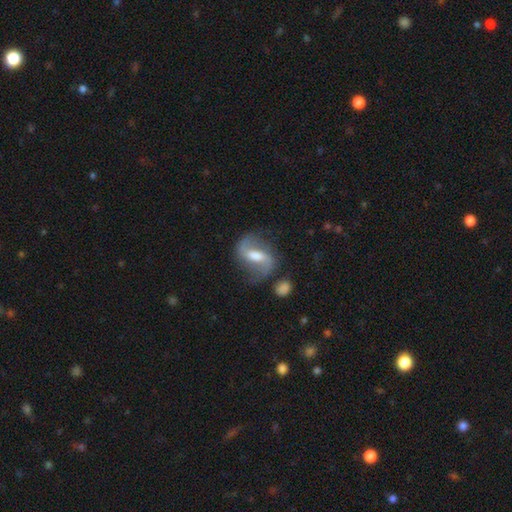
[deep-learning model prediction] Smooth or featured: featured or disk — 82% (smooth — 12%)
Edge-on disk: no — 96% (yes — 4%)
Bar: weak — 48% (strong — 36%)
Spiral arms: yes — 94% (no — 6%)
Spiral winding: loose — 57% (medium — 36%)
Spiral arm count: 2 — 92% (can't tell — 3%)
Bulge size: moderate — 54% (large — 19%)
Merging: none — 70% (minor disturbance — 16%)